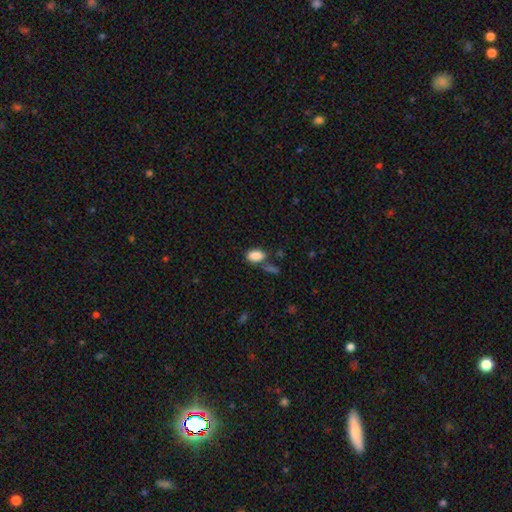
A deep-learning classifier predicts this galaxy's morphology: Smooth or featured? smooth (87%)
How rounded? in between (92%)
Merging? none (60%)